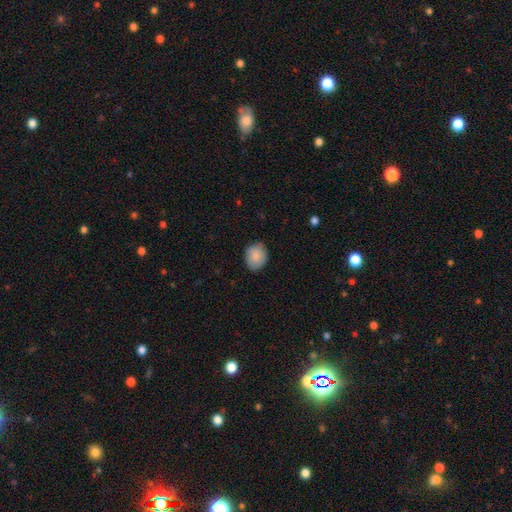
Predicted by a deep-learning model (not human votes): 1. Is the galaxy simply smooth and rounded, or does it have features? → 88% smooth, 7% star or artifact, 5% featured or disk.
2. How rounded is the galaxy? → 53% round, 46% in between, 1% cigar-shaped.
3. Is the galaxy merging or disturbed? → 83% none, 14% minor disturbance, 2% major disturbance, 1% merger.